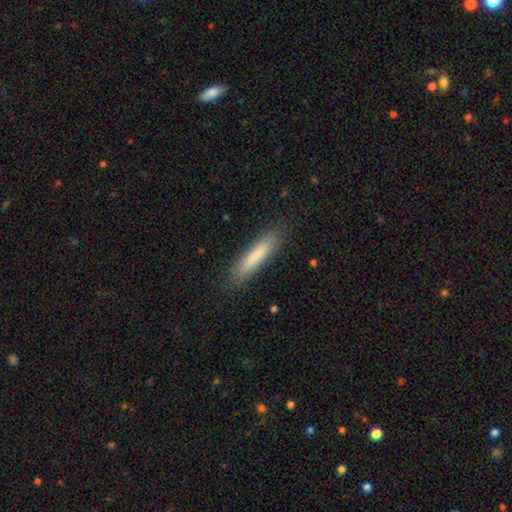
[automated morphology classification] The model was most divided on "smooth or featured": smooth: 81%, featured or disk: 13%, star or artifact: 6%. More confident: merging — none (86%); how rounded — cigar-shaped (86%).